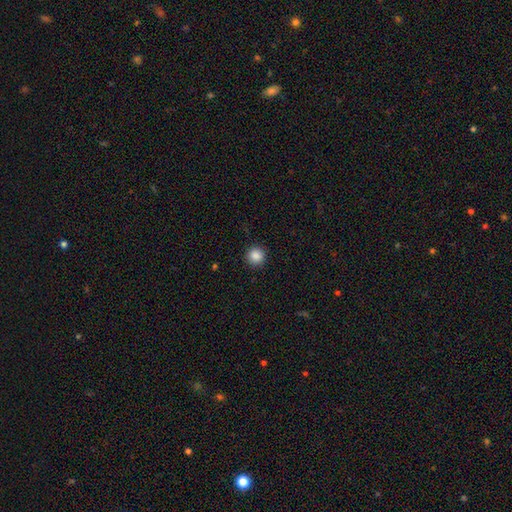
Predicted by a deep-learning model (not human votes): Smooth or featured? Predicted: smooth (p=0.87). How rounded? Predicted: round (p=0.95). Merging? Predicted: none (p=0.92).